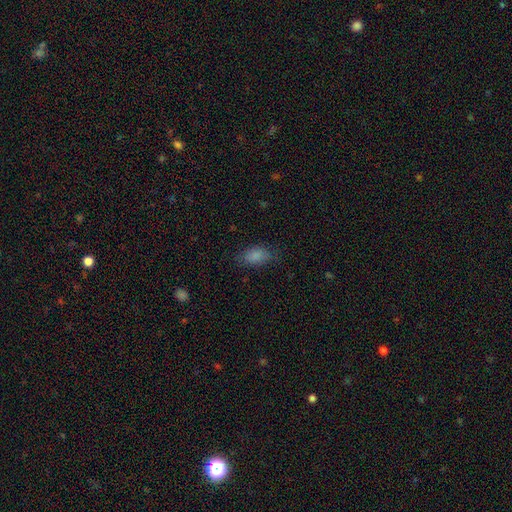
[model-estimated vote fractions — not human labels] smooth 85%, star or artifact 10%, featured or disk 6%. Down the decision tree: how rounded — in between (89%); merging — none (75%).